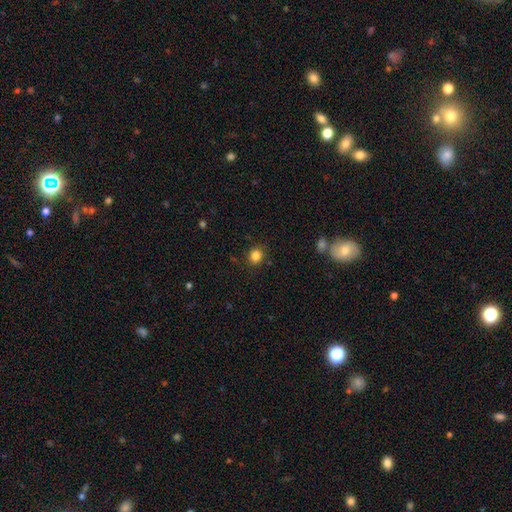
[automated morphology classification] smooth 84%, star or artifact 11%, featured or disk 5%. Down the decision tree: how rounded — round (76%); merging — none (88%).